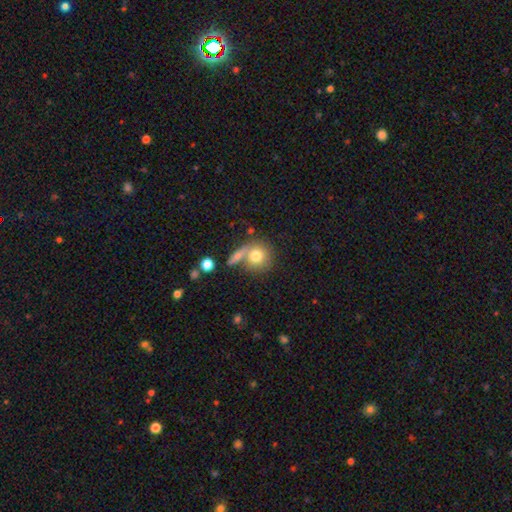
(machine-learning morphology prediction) Q: Smooth or featured?
A: smooth (76%); runner-up: featured or disk (15%)
Q: How rounded?
A: round (86%); runner-up: in between (12%)
Q: Merging?
A: none (51%); runner-up: merger (30%)